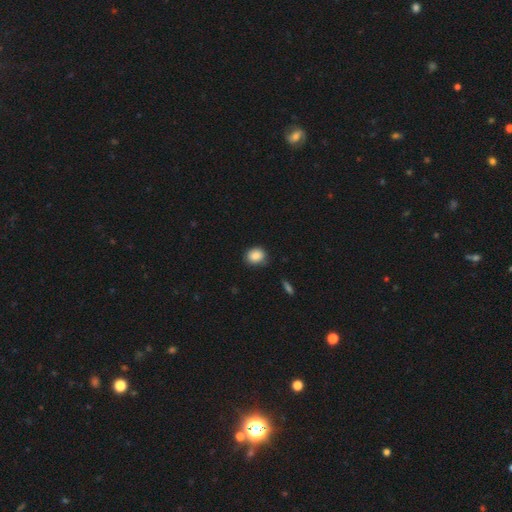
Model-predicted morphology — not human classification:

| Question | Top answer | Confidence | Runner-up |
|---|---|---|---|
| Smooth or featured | smooth | 87% | star or artifact (8%) |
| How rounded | round | 63% | in between (36%) |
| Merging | none | 81% | minor disturbance (15%) |